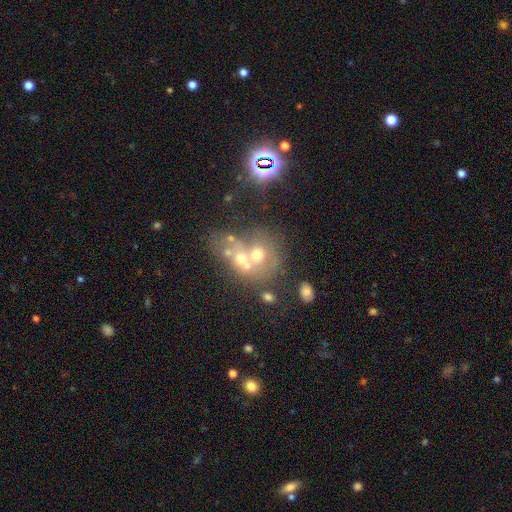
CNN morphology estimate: A featured or disk galaxy (39%).

Vote fractions:
- Smooth or featured? featured or disk: 39% / smooth: 38% / star or artifact: 22%
- Merging? merger: 60% / none: 23% / minor disturbance: 8% / major disturbance: 8%